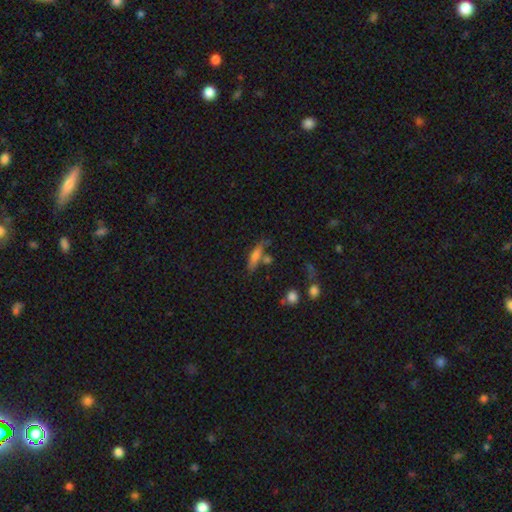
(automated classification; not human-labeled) Smooth or featured: smooth — 70% (featured or disk — 21%)
How rounded: cigar-shaped — 64% (in between — 33%)
Merging: none — 57% (minor disturbance — 19%)